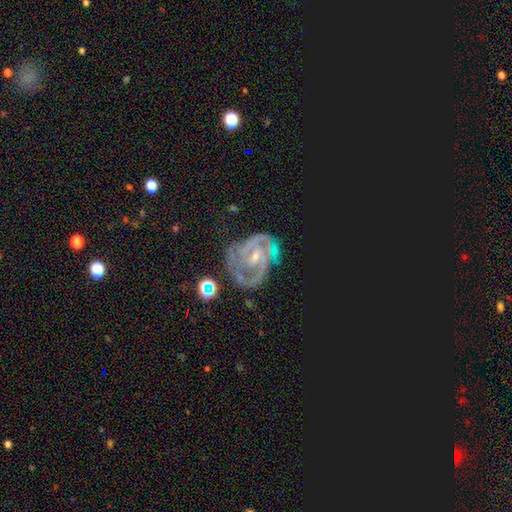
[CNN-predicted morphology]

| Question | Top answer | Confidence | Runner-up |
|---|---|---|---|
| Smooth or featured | featured or disk | 81% | star or artifact (11%) |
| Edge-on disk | no | 98% | yes (2%) |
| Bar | weak | 46% | no (39%) |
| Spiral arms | yes | 94% | no (6%) |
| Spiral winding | tight | 51% | medium (39%) |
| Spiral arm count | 2 | 31% | can't tell (24%) |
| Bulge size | small | 72% | moderate (23%) |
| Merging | none | 58% | minor disturbance (22%) |